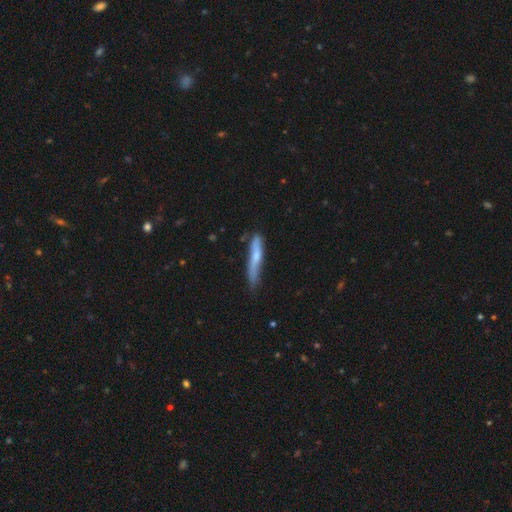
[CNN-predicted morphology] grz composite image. It shows a smooth galaxy with no disk features (58%) that is cigar-shaped (91%). Merging: none (63%).